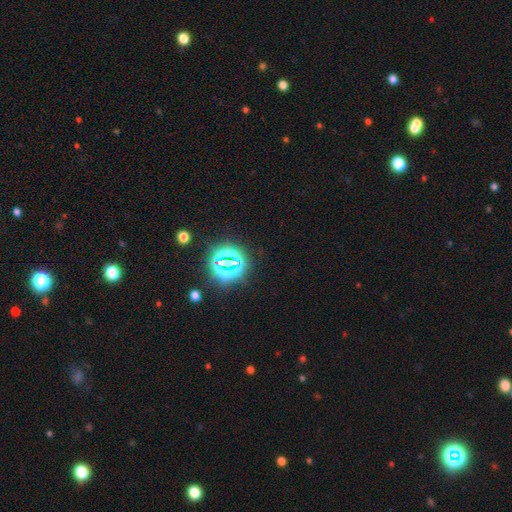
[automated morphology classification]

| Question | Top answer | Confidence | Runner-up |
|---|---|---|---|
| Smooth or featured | star or artifact | 83% | smooth (10%) |